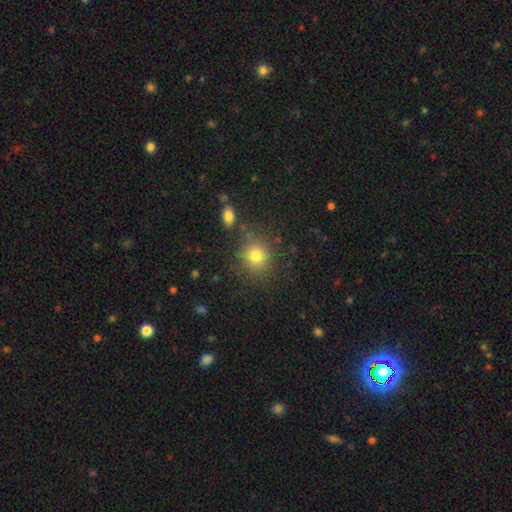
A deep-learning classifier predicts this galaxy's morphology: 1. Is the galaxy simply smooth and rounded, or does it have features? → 79% smooth, 13% star or artifact, 8% featured or disk.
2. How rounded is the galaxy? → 84% round, 15% in between, 1% cigar-shaped.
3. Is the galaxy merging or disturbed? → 79% none, 11% minor disturbance, 5% merger, 4% major disturbance.